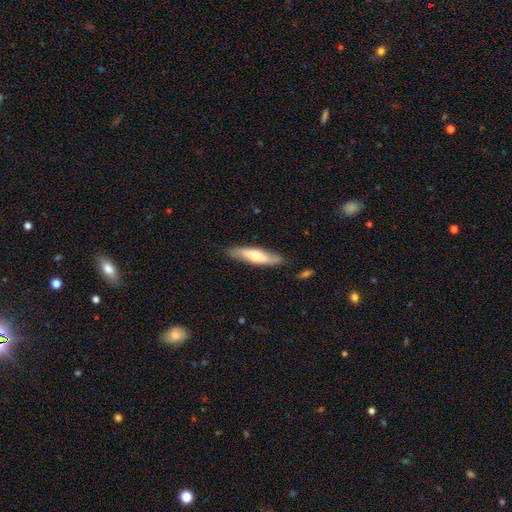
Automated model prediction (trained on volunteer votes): Smooth or featured: smooth — 54% (featured or disk — 40%)
How rounded: cigar-shaped — 72% (in between — 26%)
Merging: none — 84% (minor disturbance — 12%)